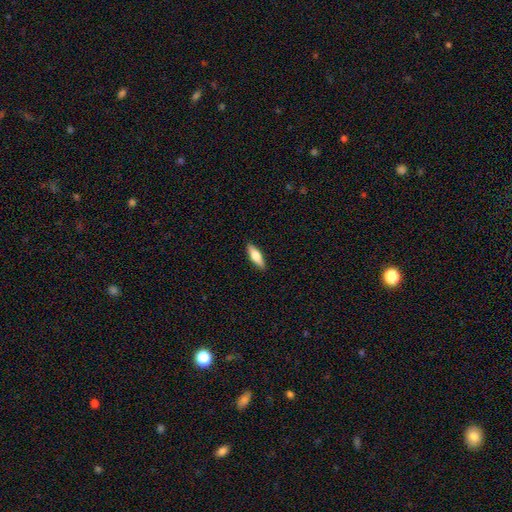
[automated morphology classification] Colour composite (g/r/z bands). It shows a smooth galaxy with no disk features (65%) that is in between round and cigar-shaped (50%). Merging: none (90%).